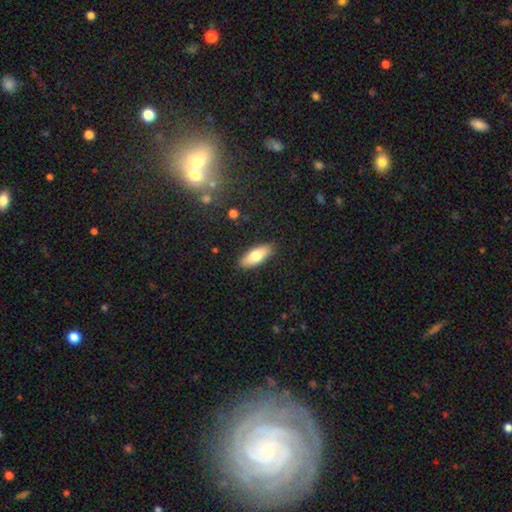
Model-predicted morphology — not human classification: smooth_or_featured: smooth (p=0.73) [alt: featured or disk p=0.20]
how_rounded: in between (p=0.75) [alt: cigar-shaped p=0.23]
merging: none (p=0.89) [alt: minor disturbance p=0.08]